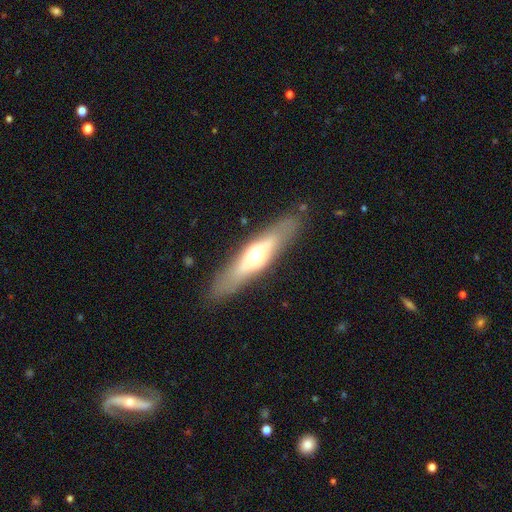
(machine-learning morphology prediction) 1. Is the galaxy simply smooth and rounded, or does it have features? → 53% featured or disk, 41% smooth, 6% star or artifact.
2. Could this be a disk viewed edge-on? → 70% yes, 30% no.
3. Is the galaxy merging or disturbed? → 86% none, 10% minor disturbance, 3% major disturbance, 1% merger.